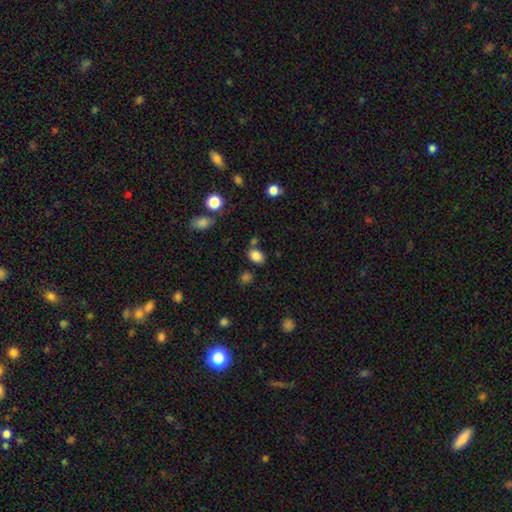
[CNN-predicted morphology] Smooth or featured? Predicted: smooth (p=0.84). How rounded? Predicted: in between (p=0.71). Merging? Predicted: none (p=0.76).